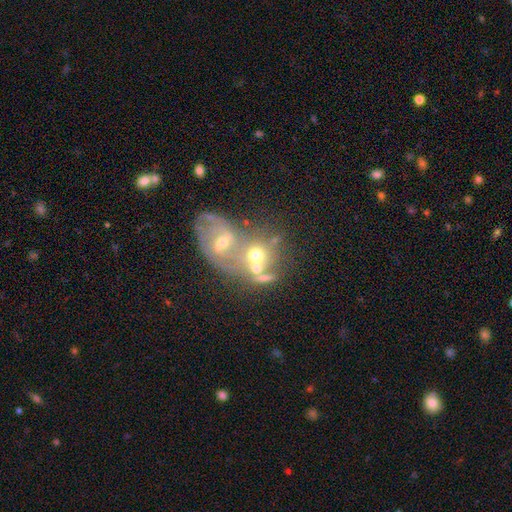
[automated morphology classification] smooth_or_featured: featured or disk (p=0.53) [alt: smooth p=0.34]
disk_edge_on: no (p=0.96) [alt: yes p=0.04]
bar: no (p=0.59) [alt: weak p=0.30]
has_spiral_arms: yes (p=0.64) [alt: no p=0.36]
bulge_size: moderate (p=0.50) [alt: small p=0.37]
merging: merger (p=0.62) [alt: none p=0.22]